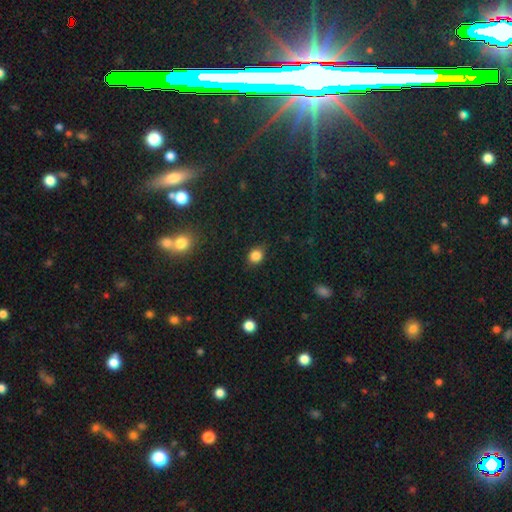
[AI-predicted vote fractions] Overall: smooth (84%). How rounded: round (63%; in between 36%). Merging: none (82%).